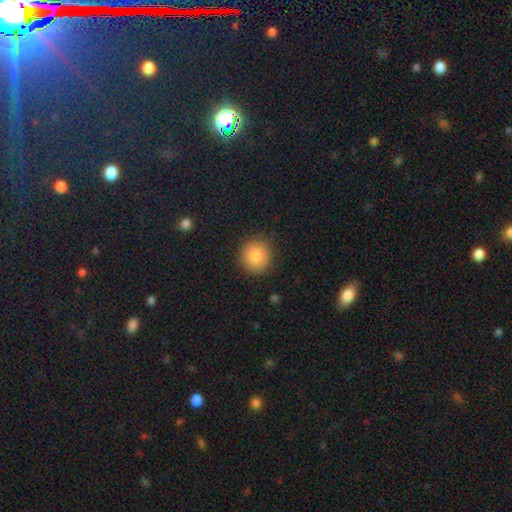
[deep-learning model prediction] smooth-or-featured: smooth: 82% | star or artifact: 10% | featured or disk: 8%
  how-rounded: round: 91% | in between: 8% | cigar-shaped: 1%
  merging: none: 87% | minor disturbance: 9% | major disturbance: 3% | merger: 1%